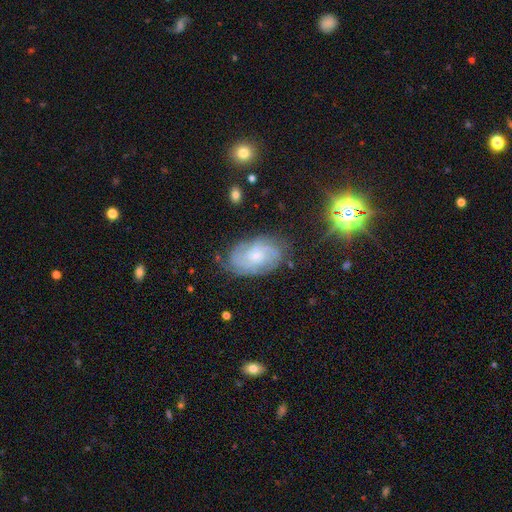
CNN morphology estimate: This appears to be a featured or disk galaxy (76%) with no bar (72%), tight (65%) spiral arms (94%) and a small central bulge (75%). Merging: none (75%).